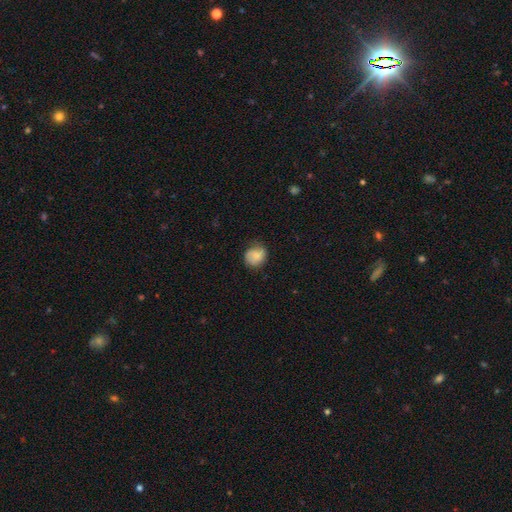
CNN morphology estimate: Smooth or featured: smooth — 77% (featured or disk — 15%)
How rounded: round — 72% (in between — 27%)
Merging: none — 66% (minor disturbance — 26%)